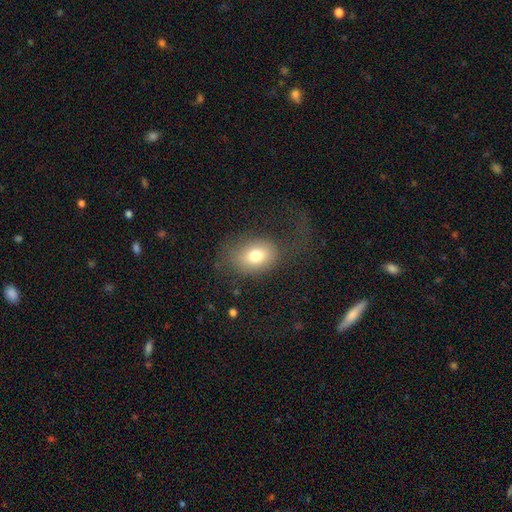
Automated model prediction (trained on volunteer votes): Smooth or featured? Predicted: smooth (p=0.75). How rounded? Predicted: in between (p=0.69). Merging? Predicted: none (p=0.53).